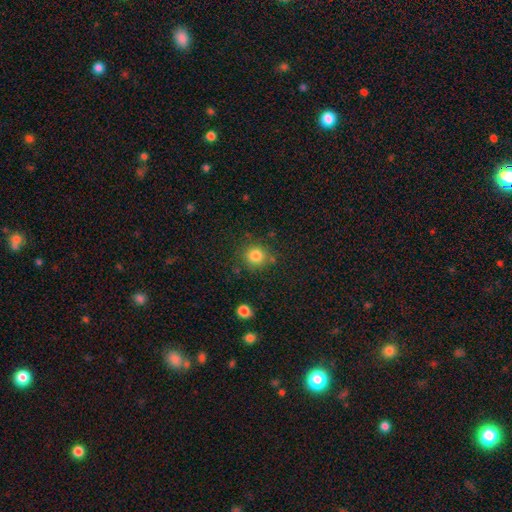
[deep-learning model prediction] smooth_or_featured: smooth (p=0.83) [alt: star or artifact p=0.11]
how_rounded: round (p=0.89) [alt: in between p=0.10]
merging: none (p=0.79) [alt: minor disturbance p=0.13]